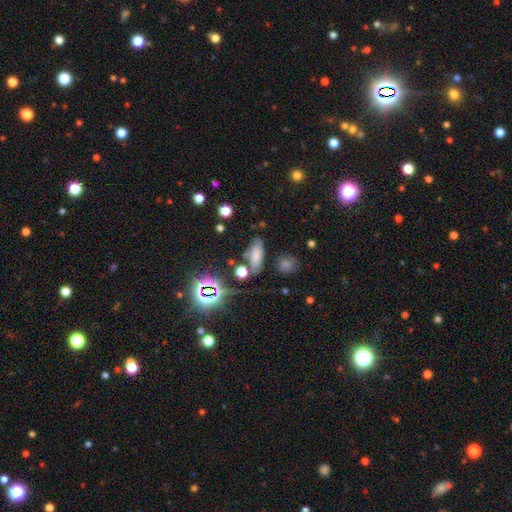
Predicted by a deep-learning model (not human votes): A smooth galaxy with no disk features (68%) that is in between round and cigar-shaped (72%). Merging: none (66%).